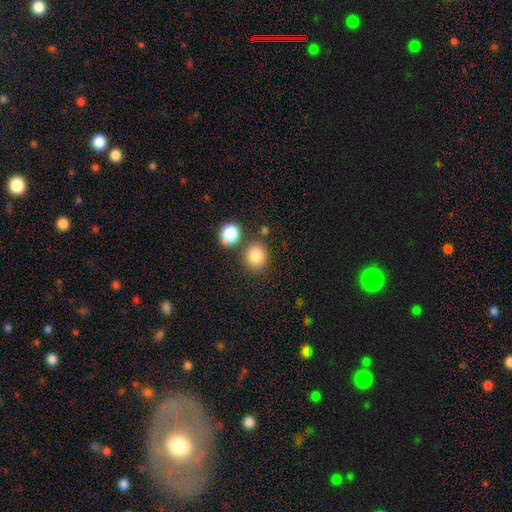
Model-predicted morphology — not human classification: smooth 85%, star or artifact 10%, featured or disk 5%. Down the decision tree: how rounded — round (76%); merging — none (72%).